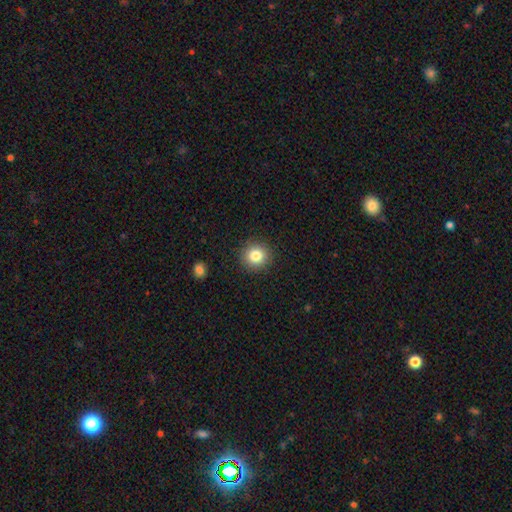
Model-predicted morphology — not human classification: Smooth or featured: smooth — 83% (star or artifact — 11%)
How rounded: round — 91% (in between — 8%)
Merging: none — 90% (minor disturbance — 6%)